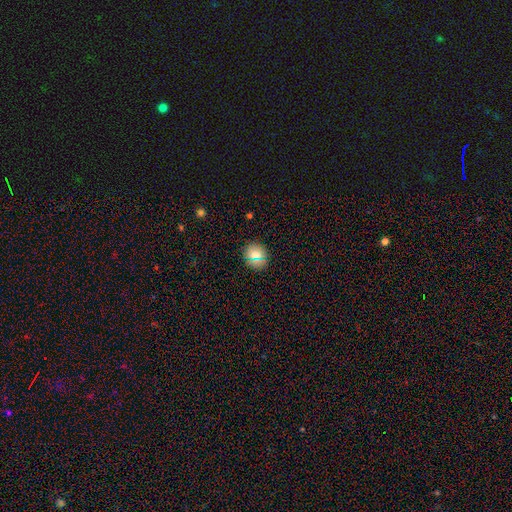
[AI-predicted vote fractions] Smooth or featured? Predicted: smooth (p=0.72). How rounded? Predicted: round (p=0.86). Merging? Predicted: none (p=0.90).